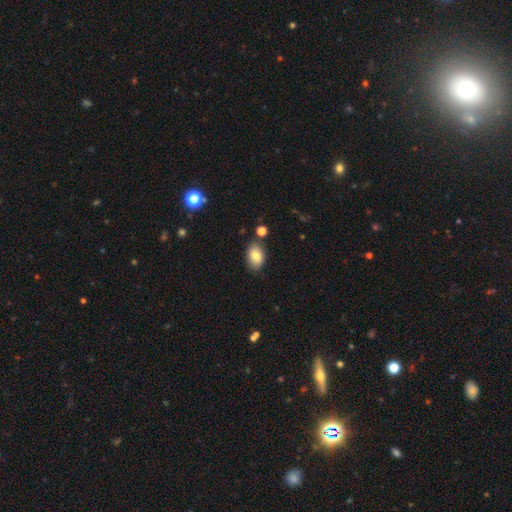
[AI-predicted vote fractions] Overall: smooth (80%). How rounded: in between (87%). Merging: none (79%).